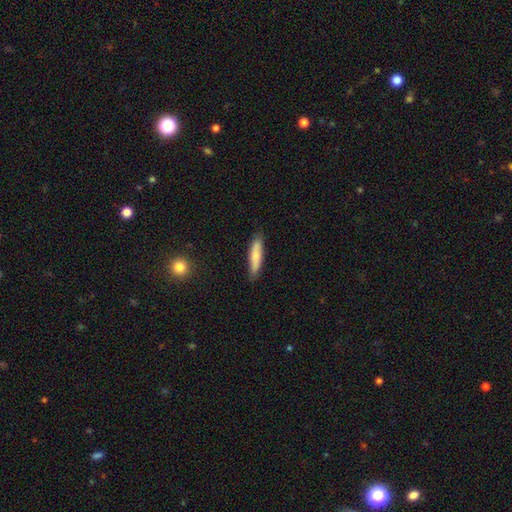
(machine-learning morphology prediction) type=smooth (75%); roundness=cigar-shaped (76%); merging=none (83%).